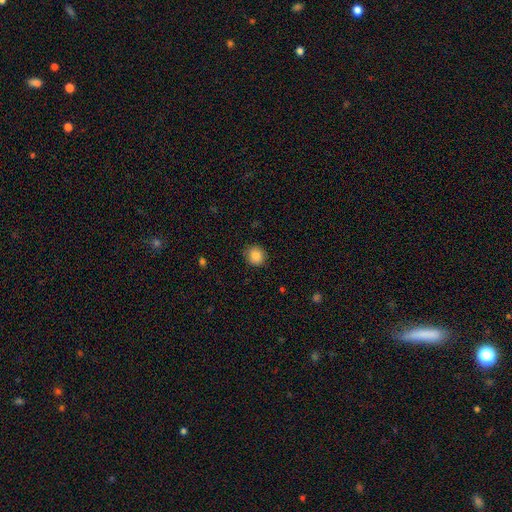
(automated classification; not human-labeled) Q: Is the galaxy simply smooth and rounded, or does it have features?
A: smooth — 87%.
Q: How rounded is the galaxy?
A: round — 87%.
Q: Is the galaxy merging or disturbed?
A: none — 88%.